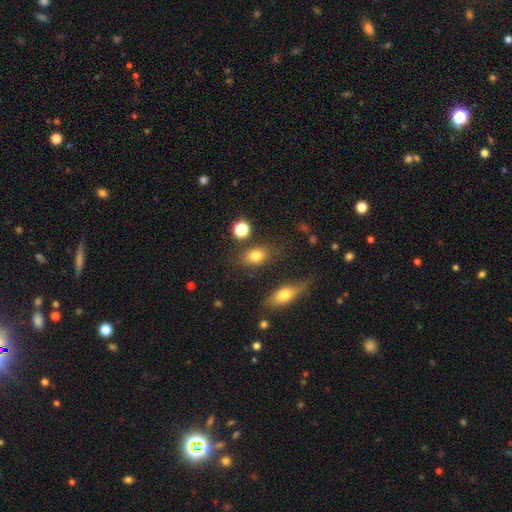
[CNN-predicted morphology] smooth-or-featured: smooth: 77% | star or artifact: 12% | featured or disk: 11%
  how-rounded: in between: 73% | round: 23% | cigar-shaped: 4%
  merging: none: 76% | minor disturbance: 13% | merger: 7% | major disturbance: 5%